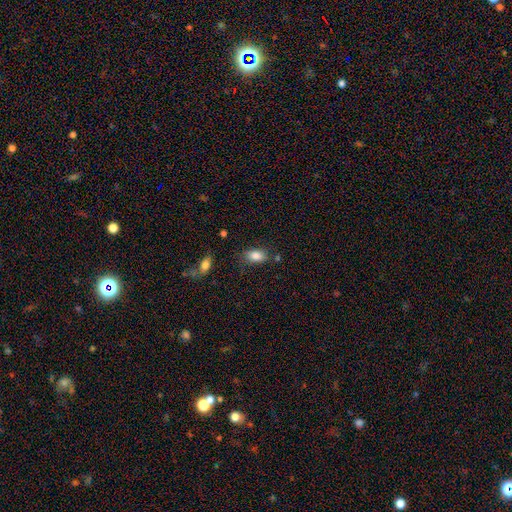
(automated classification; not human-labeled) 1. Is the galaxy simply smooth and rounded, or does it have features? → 85% smooth, 8% star or artifact, 6% featured or disk.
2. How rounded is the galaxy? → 89% in between, 9% round, 2% cigar-shaped.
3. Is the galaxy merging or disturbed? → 73% none, 18% minor disturbance, 5% major disturbance, 5% merger.